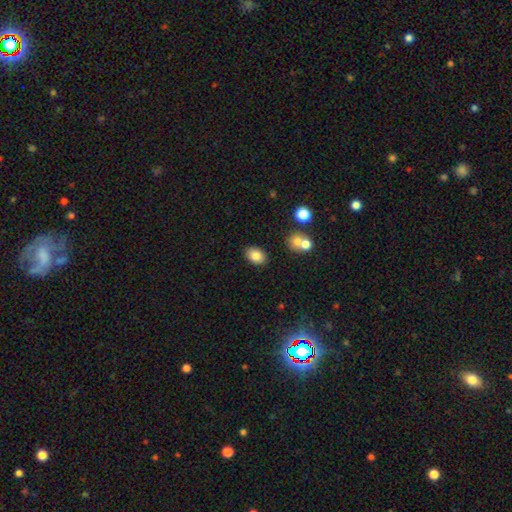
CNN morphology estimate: This appears to be a smooth galaxy with no disk features (81%) that is in between round and cigar-shaped (80%). Merging: none (85%).